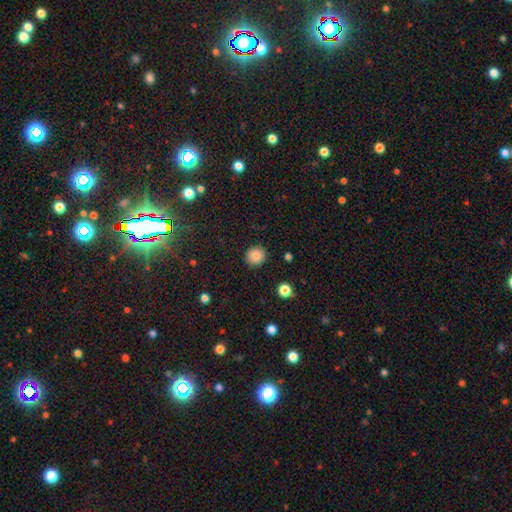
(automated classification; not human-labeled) Smooth or featured? smooth (85%)
How rounded? round (90%)
Merging? none (90%)